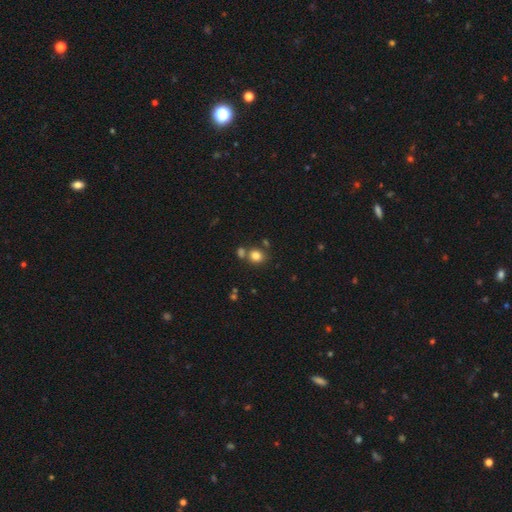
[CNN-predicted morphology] Smooth or featured: smooth — 80% (star or artifact — 13%)
How rounded: round — 74% (in between — 25%)
Merging: none — 67% (merger — 20%)